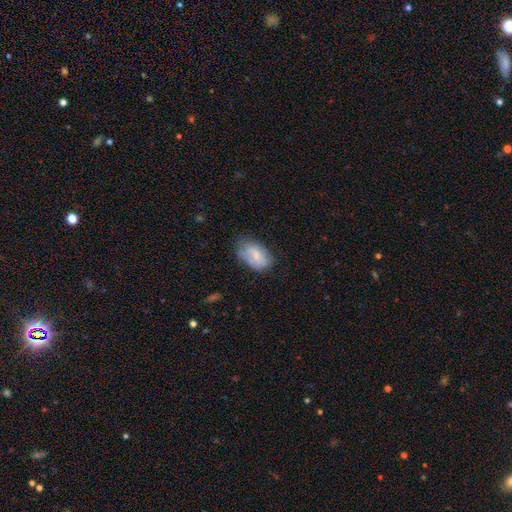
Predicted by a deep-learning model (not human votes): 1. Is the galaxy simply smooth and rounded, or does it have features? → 60% smooth, 32% featured or disk, 8% star or artifact.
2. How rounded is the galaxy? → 91% in between, 8% round, 2% cigar-shaped.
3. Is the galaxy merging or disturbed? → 53% none, 32% minor disturbance, 12% major disturbance, 3% merger.